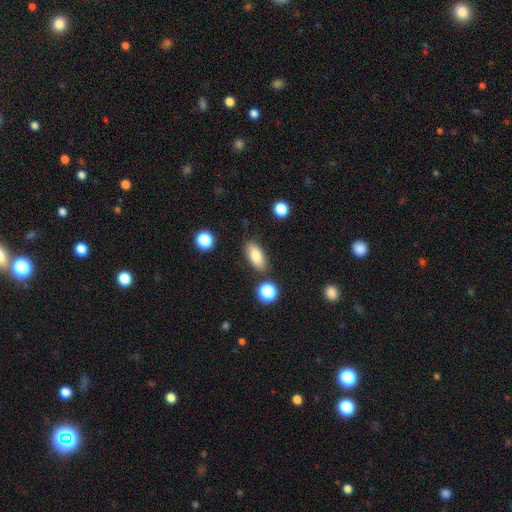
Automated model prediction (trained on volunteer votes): smooth-or-featured: smooth: 80% | featured or disk: 11% | star or artifact: 9%
  how-rounded: in between: 83% | cigar-shaped: 12% | round: 5%
  merging: none: 83% | minor disturbance: 10% | merger: 4% | major disturbance: 3%